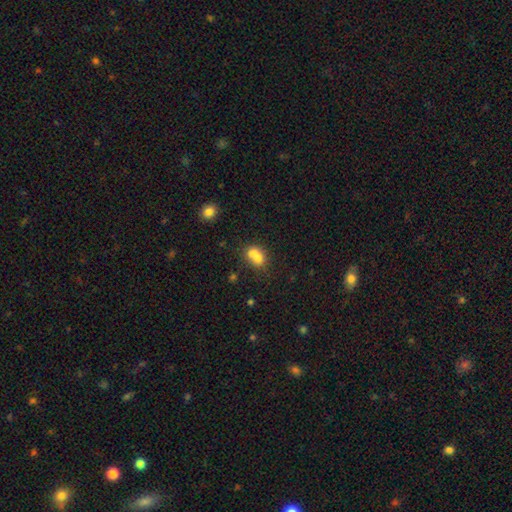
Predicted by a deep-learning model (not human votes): A smooth galaxy with no disk features (70%) that is round (52%).

Vote fractions:
- Smooth or featured? smooth: 70% / featured or disk: 18% / star or artifact: 11%
- How rounded? round: 52% / in between: 47% / cigar-shaped: 1%
- Merging? merger: 63% / none: 25% / minor disturbance: 8% / major disturbance: 4%